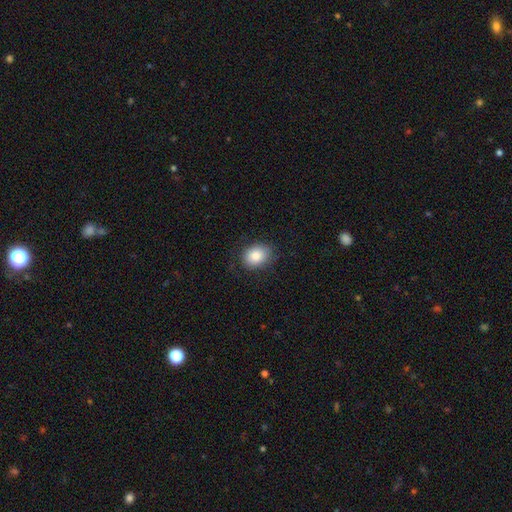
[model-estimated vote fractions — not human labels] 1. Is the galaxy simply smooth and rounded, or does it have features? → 85% smooth, 8% star or artifact, 7% featured or disk.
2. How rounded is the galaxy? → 62% in between, 37% round, 1% cigar-shaped.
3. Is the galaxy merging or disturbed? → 81% none, 14% minor disturbance, 4% major disturbance, 1% merger.